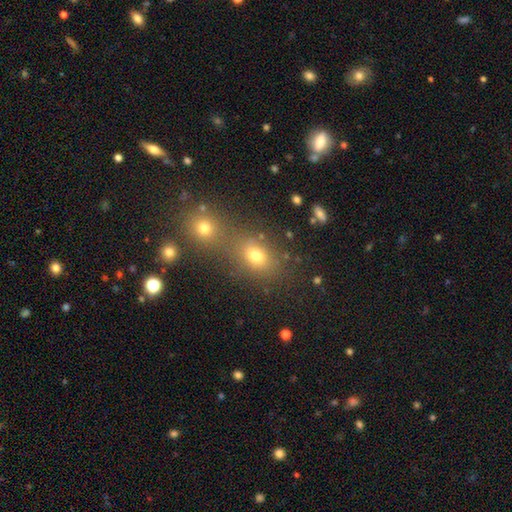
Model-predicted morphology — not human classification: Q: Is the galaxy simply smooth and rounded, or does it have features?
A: smooth — 71%.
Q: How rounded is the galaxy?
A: in between — 53%.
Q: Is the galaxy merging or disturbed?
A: none — 48%.